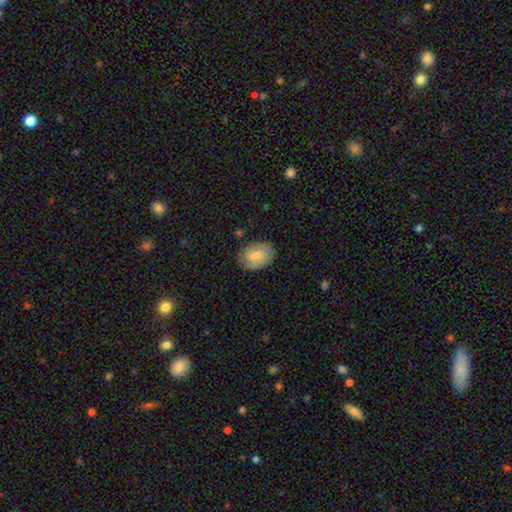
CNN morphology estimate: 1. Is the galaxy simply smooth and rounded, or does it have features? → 56% smooth, 37% featured or disk, 7% star or artifact.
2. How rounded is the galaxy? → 75% in between, 24% round, 1% cigar-shaped.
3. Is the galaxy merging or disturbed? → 77% none, 17% minor disturbance, 4% major disturbance, 1% merger.